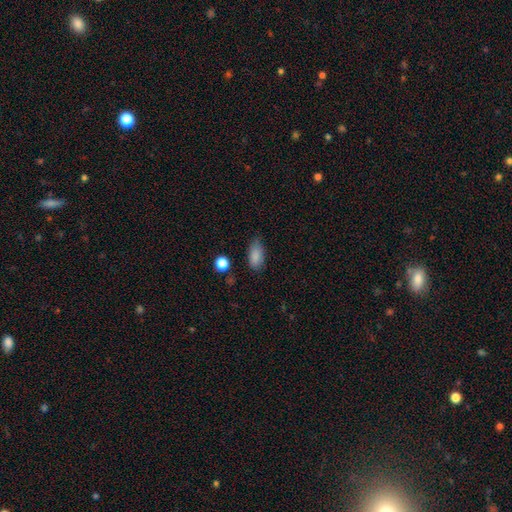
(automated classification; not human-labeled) A smooth galaxy with no disk features (87%) that is in between round and cigar-shaped (90%). Merging: none (73%).